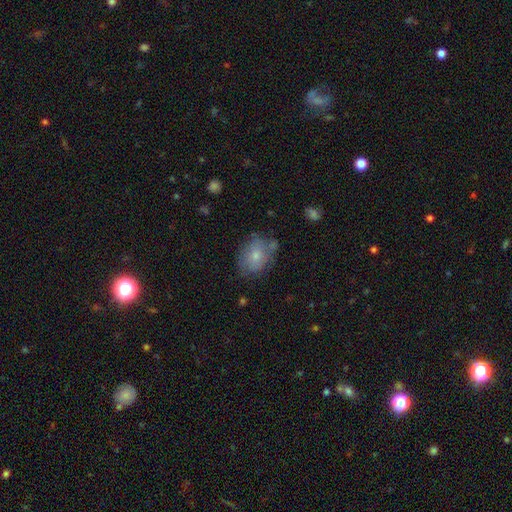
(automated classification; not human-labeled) Smooth or featured? smooth (70%)
How rounded? in between (62%)
Merging? none (61%)